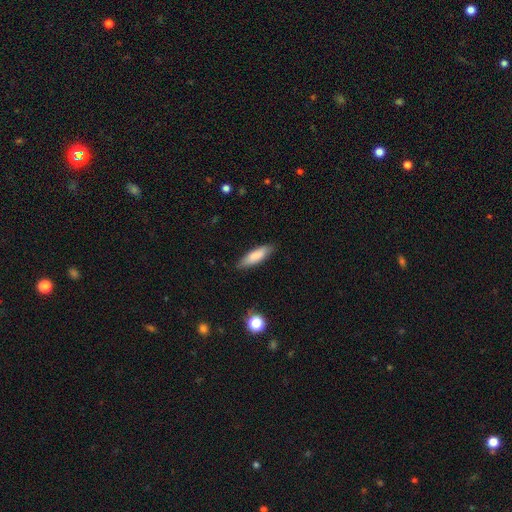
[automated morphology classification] The model was most divided on "how rounded": cigar-shaped: 57%, in between: 42%, round: 2%. More confident: merging — none (85%); smooth or featured — smooth (81%).